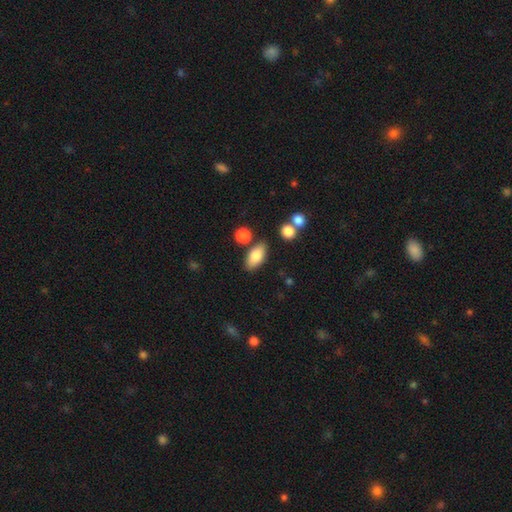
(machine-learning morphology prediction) Smooth or featured? smooth (81%)
How rounded? in between (88%)
Merging? none (79%)